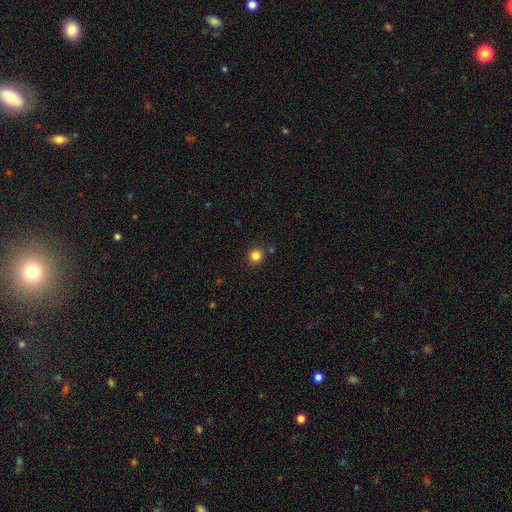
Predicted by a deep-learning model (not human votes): Smooth or featured?
  - smooth: 83% *
  - star or artifact: 13%
  - featured or disk: 4%
How rounded?
  - round: 94% *
  - in between: 5%
  - cigar-shaped: 1%
Merging?
  - none: 89% *
  - minor disturbance: 6%
  - merger: 3%
  - major disturbance: 2%